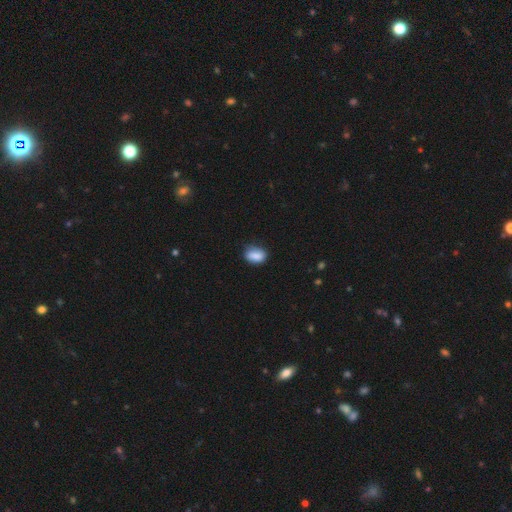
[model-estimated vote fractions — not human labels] A smooth galaxy with no disk features (86%) that is in between round and cigar-shaped (81%).

Vote fractions:
- Smooth or featured? smooth: 86% / star or artifact: 8% / featured or disk: 6%
- How rounded? in between: 81% / round: 17% / cigar-shaped: 2%
- Merging? none: 70% / minor disturbance: 24% / major disturbance: 4% / merger: 2%